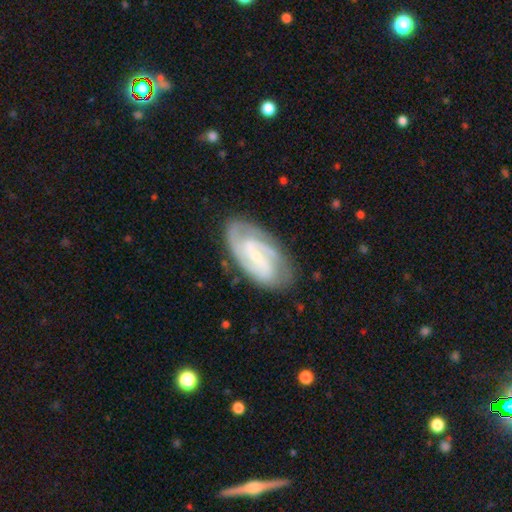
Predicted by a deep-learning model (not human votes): Smooth or featured?
  - featured or disk: 84% *
  - smooth: 11%
  - star or artifact: 5%
Edge-on disk?
  - no: 96% *
  - yes: 4%
Bar?
  - weak: 45% *
  - no: 35%
  - strong: 20%
Spiral arms?
  - yes: 96% *
  - no: 4%
Spiral winding?
  - tight: 46% *
  - medium: 43%
  - loose: 11%
Spiral arm count?
  - 2: 51% *
  - 3: 22%
  - can't tell: 16%
  - 4: 4%
  - 1: 4%
  - more than 4: 3%
Bulge size?
  - small: 75% *
  - moderate: 19%
  - none: 4%
  - large: 1%
  - dominant: 1%
Merging?
  - none: 76% *
  - minor disturbance: 17%
  - major disturbance: 5%
  - merger: 2%